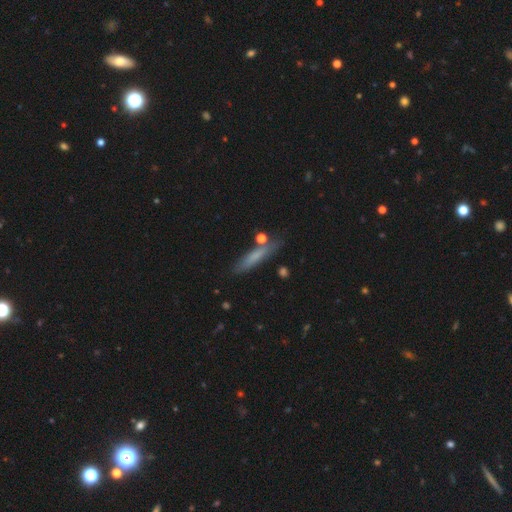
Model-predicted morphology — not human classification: A smooth galaxy with no disk features (66%) that is cigar-shaped (86%). Merging: none (76%).